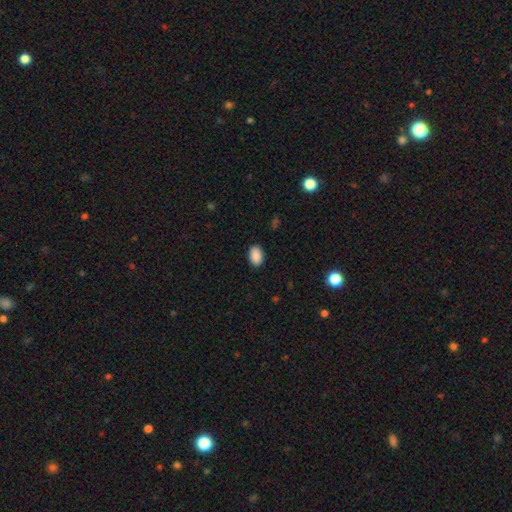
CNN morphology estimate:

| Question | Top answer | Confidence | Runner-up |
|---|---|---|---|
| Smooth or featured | smooth | 90% | star or artifact (7%) |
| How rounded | in between | 90% | round (8%) |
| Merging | none | 89% | minor disturbance (8%) |